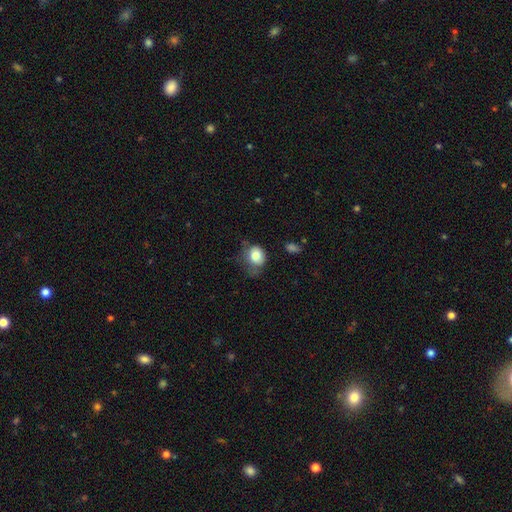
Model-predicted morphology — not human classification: This appears to be a smooth galaxy with no disk features (78%) that is round (65%). Merging: none (40%).